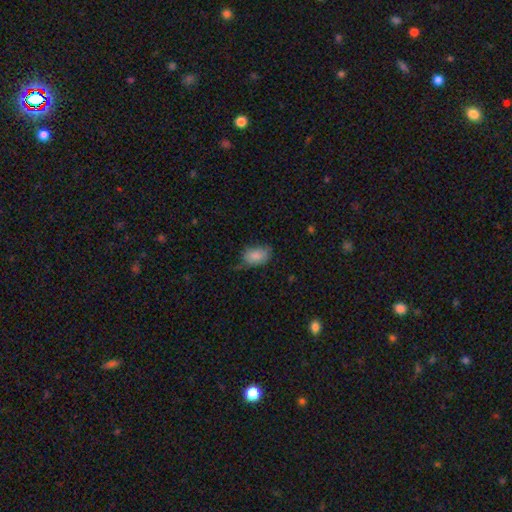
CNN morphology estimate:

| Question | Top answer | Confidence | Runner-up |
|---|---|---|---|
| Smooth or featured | smooth | 84% | featured or disk (9%) |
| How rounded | in between | 90% | round (9%) |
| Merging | none | 55% | minor disturbance (33%) |